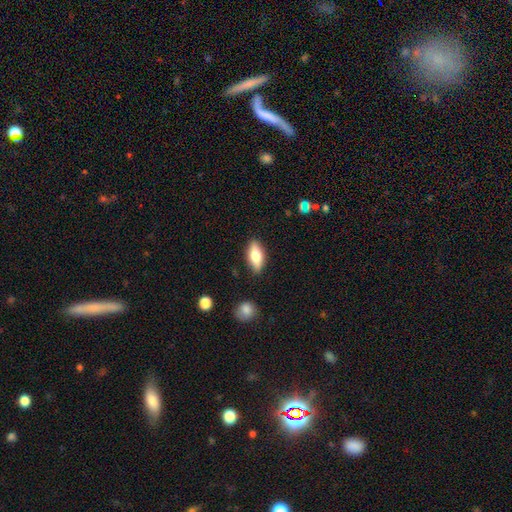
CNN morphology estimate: Overall: smooth (68%). How rounded: in between (80%). Merging: none (85%).